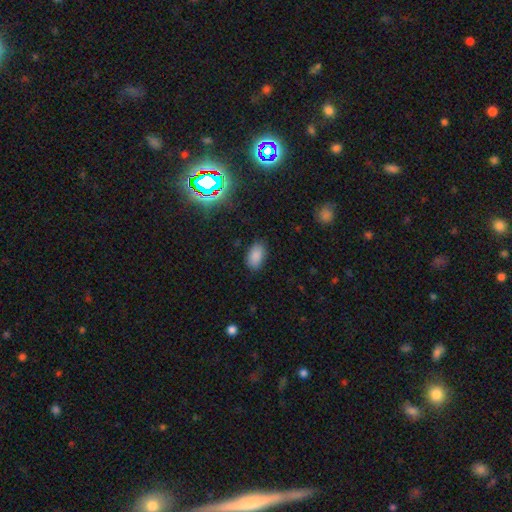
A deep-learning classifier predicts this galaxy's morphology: Overall: smooth (83%). How rounded: in between (92%). Merging: none (83%).